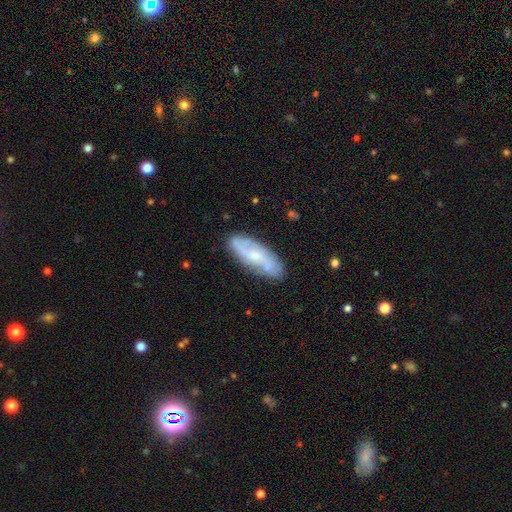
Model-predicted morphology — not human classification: A featured or disk galaxy (59%) with no bar (49%), spiral arms (85%) and a small central bulge (44%).

Vote fractions:
- Smooth or featured? featured or disk: 59% / smooth: 34% / star or artifact: 7%
- Edge-on disk? no: 86% / yes: 14%
- Bar? no: 49% / weak: 41% / strong: 10%
- Spiral arms? yes: 85% / no: 15%
- Bulge size? small: 44% / moderate: 33% / none: 17% / large: 4% / dominant: 1%
- Merging? none: 77% / minor disturbance: 17% / major disturbance: 4% / merger: 3%